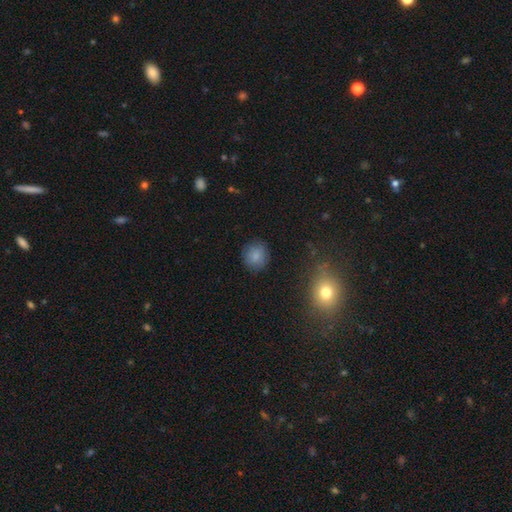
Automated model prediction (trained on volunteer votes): smooth-or-featured: smooth: 82% | star or artifact: 10% | featured or disk: 7%
  how-rounded: round: 86% | in between: 13% | cigar-shaped: 1%
  merging: none: 85% | minor disturbance: 11% | major disturbance: 3% | merger: 1%